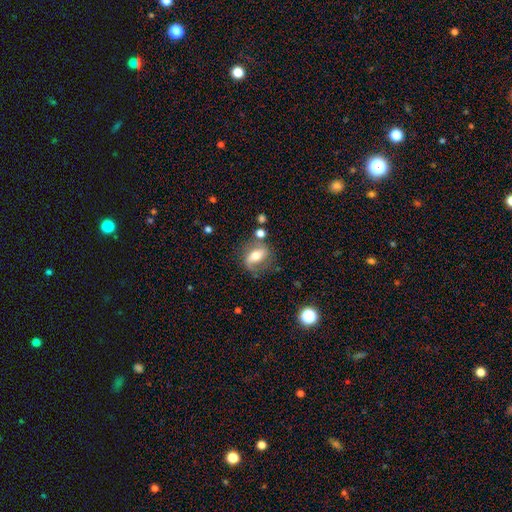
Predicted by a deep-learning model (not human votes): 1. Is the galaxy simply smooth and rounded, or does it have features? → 54% featured or disk, 38% smooth, 9% star or artifact.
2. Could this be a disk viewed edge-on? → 88% no, 12% yes.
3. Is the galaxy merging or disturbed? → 63% none, 20% minor disturbance, 11% major disturbance, 7% merger.